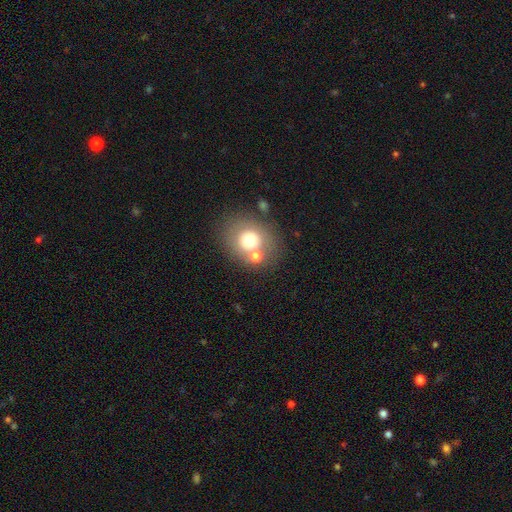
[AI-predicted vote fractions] Smooth or featured? smooth (66%)
How rounded? round (66%)
Merging? none (62%)